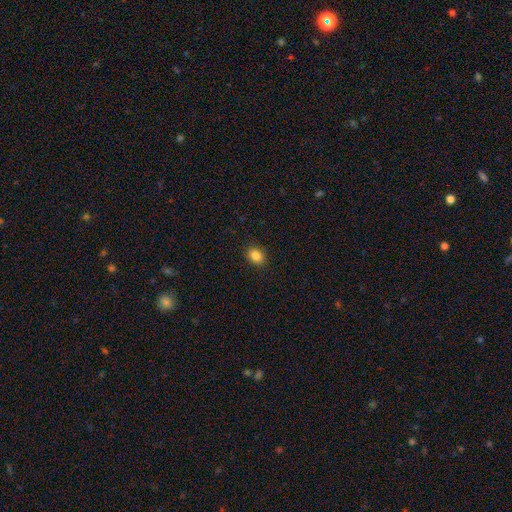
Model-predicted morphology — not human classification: smooth_or_featured: smooth (p=0.86) [alt: star or artifact p=0.10]
how_rounded: in between (p=0.51) [alt: round p=0.48]
merging: none (p=0.90) [alt: minor disturbance p=0.07]